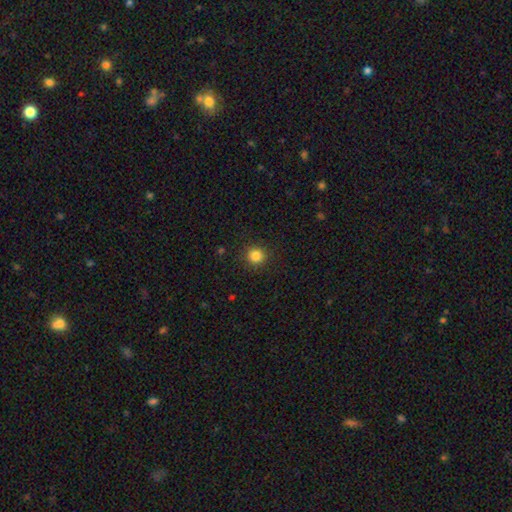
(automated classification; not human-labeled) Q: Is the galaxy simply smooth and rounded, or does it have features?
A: smooth — 84%.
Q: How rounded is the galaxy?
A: round — 94%.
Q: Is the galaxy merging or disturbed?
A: none — 91%.